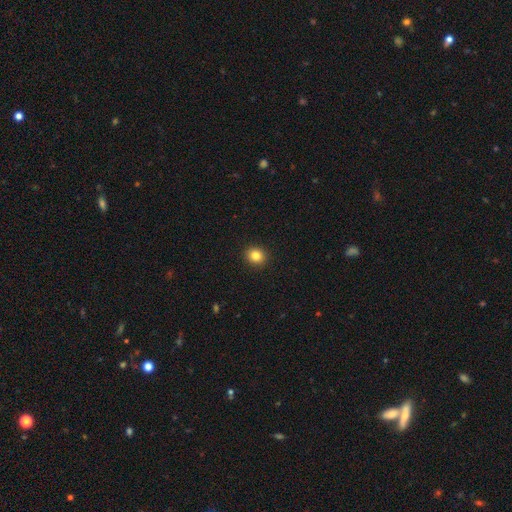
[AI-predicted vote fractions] Smooth or featured?
  - smooth: 84% *
  - star or artifact: 11%
  - featured or disk: 6%
How rounded?
  - round: 79% *
  - in between: 20%
  - cigar-shaped: 1%
Merging?
  - none: 93% *
  - minor disturbance: 5%
  - major disturbance: 2%
  - merger: 1%